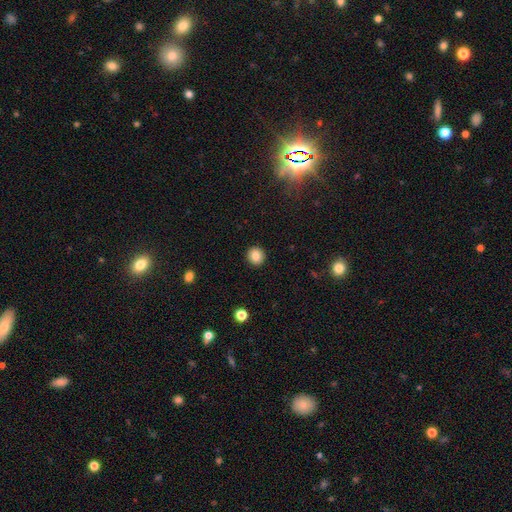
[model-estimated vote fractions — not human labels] This appears to be a smooth galaxy with no disk features (85%) that is round (91%). Merging: none (92%).